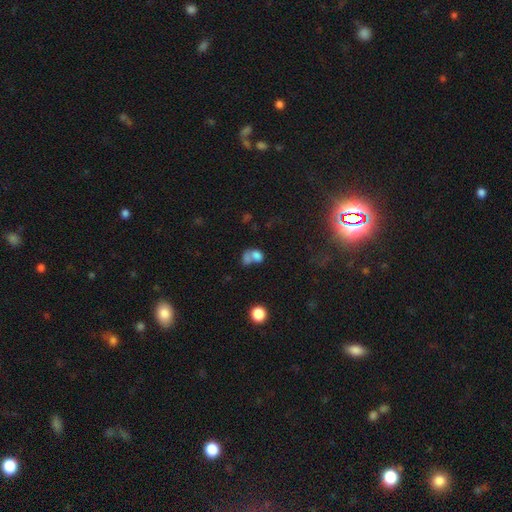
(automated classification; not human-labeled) Smooth or featured: smooth — 71% (featured or disk — 15%)
How rounded: in between — 67% (round — 31%)
Merging: merger — 62% (none — 21%)